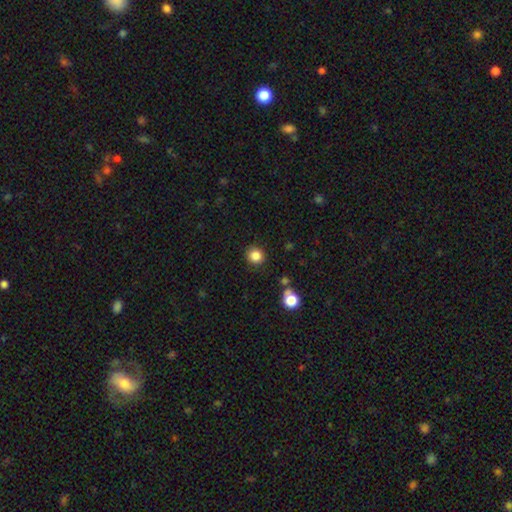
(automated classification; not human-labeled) This is clearly a smooth galaxy (85%). How rounded: clearly round (90%). Merging: clearly none (89%).